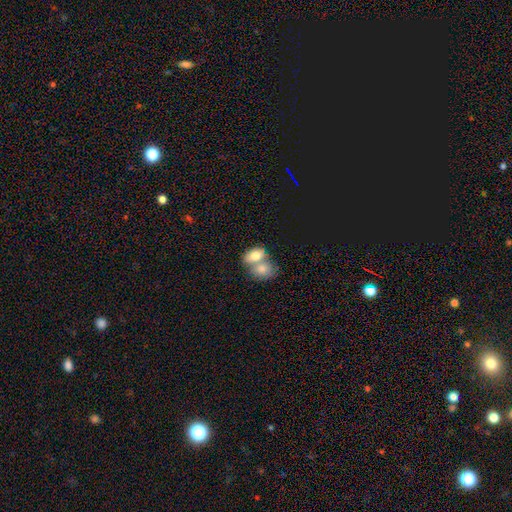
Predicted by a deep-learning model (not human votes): Smooth or featured? smooth (76%)
How rounded? in between (78%)
Merging? merger (71%)